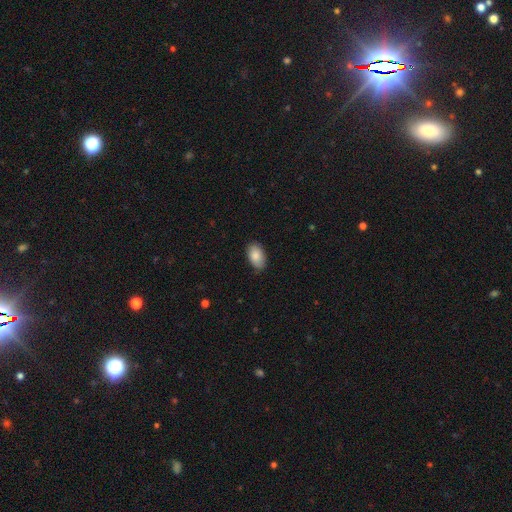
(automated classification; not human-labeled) smooth 87%, star or artifact 7%, featured or disk 6%. Down the decision tree: how rounded — in between (93%); merging — none (82%).